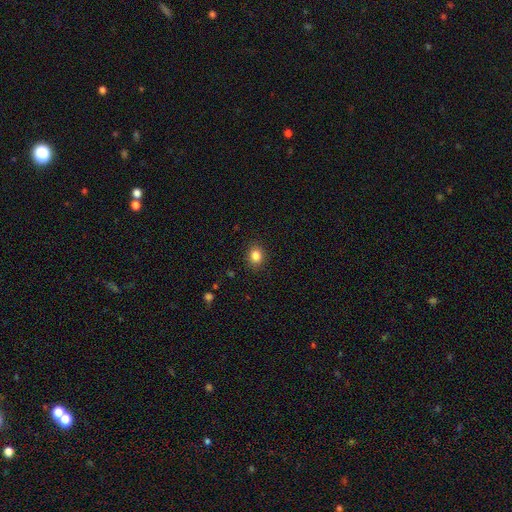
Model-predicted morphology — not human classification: Smooth or featured: smooth — 84% (star or artifact — 11%)
How rounded: round — 62% (in between — 37%)
Merging: none — 88% (minor disturbance — 8%)